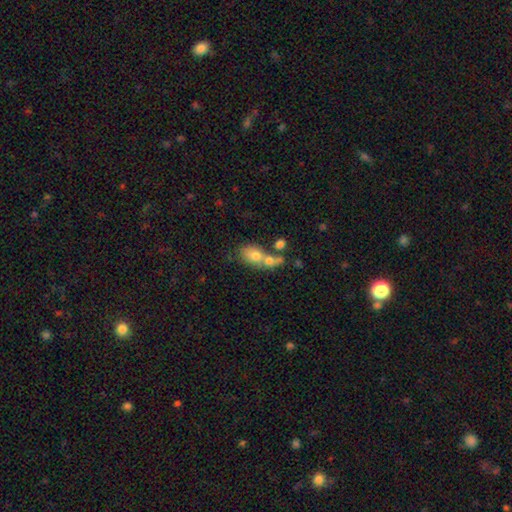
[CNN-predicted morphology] smooth_or_featured: smooth (p=0.69) [alt: featured or disk p=0.20]
how_rounded: in between (p=0.72) [alt: round p=0.25]
merging: merger (p=0.60) [alt: none p=0.24]